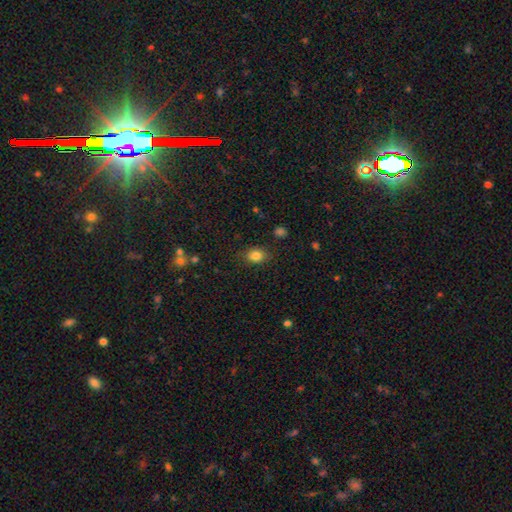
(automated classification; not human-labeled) Smooth or featured? Predicted: smooth (p=0.83). How rounded? Predicted: in between (p=0.50). Merging? Predicted: none (p=0.82).